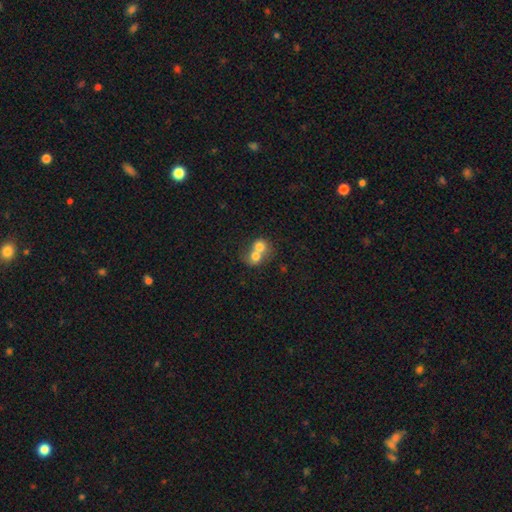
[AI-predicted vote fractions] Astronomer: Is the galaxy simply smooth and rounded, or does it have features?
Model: smooth — 70%.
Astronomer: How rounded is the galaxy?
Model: round — 67%.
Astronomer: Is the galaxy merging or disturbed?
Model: merger — 76%.